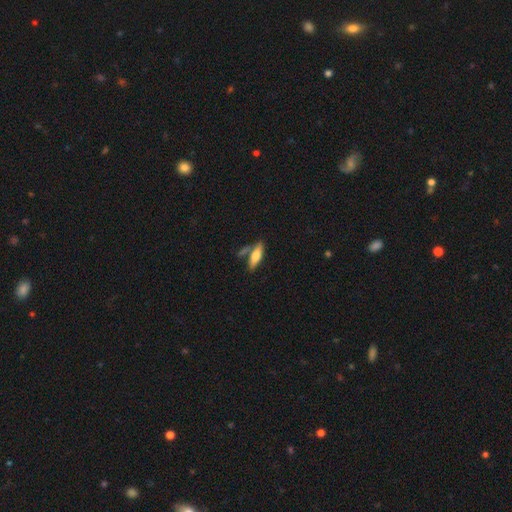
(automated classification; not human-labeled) Smooth or featured: smooth — 67% (featured or disk — 27%)
How rounded: in between — 52% (cigar-shaped — 45%)
Merging: none — 63% (merger — 18%)